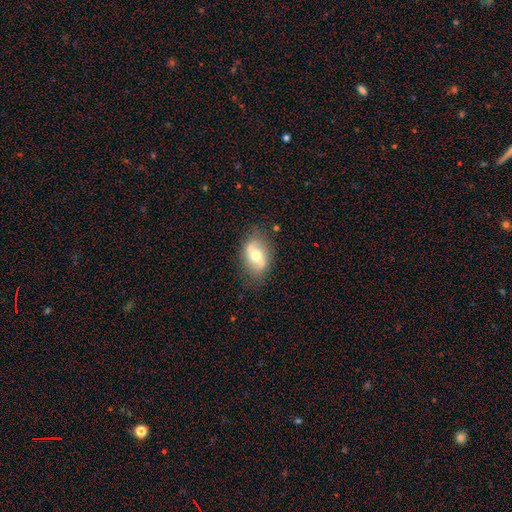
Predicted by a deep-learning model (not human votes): A featured or disk galaxy (53%). Merging: none (78%).